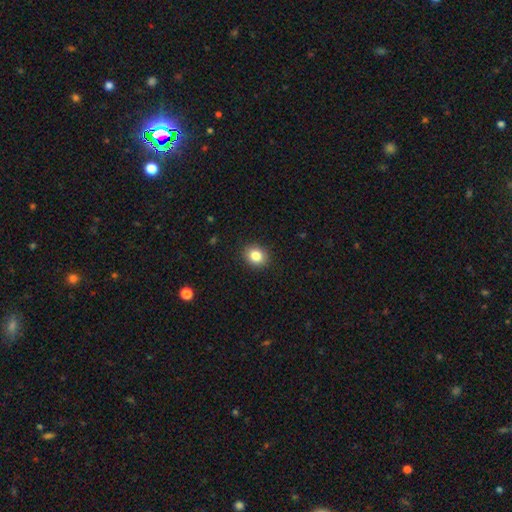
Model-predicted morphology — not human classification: A smooth galaxy with no disk features (84%) that is round (63%). Merging: none (91%).